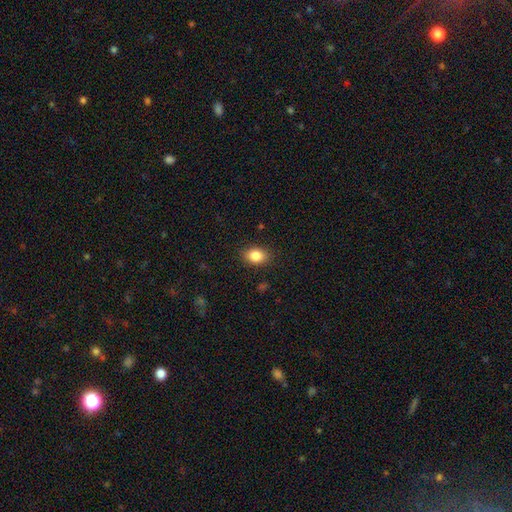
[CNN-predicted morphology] Smooth or featured: smooth — 85% (star or artifact — 9%)
How rounded: in between — 76% (round — 23%)
Merging: none — 88% (minor disturbance — 9%)